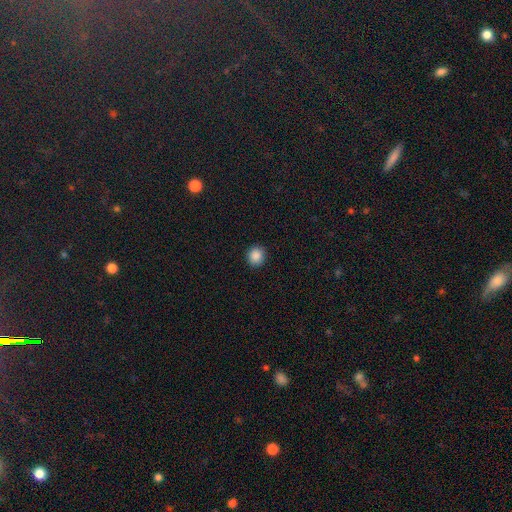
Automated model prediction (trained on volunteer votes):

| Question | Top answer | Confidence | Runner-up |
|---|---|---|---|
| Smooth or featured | smooth | 88% | star or artifact (10%) |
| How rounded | round | 88% | in between (11%) |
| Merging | none | 91% | minor disturbance (6%) |